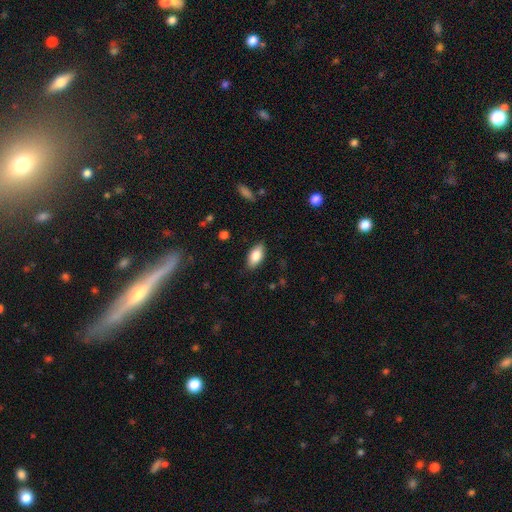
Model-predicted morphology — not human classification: Smooth or featured: smooth — 83% (featured or disk — 11%)
How rounded: in between — 91% (cigar-shaped — 7%)
Merging: none — 86% (minor disturbance — 11%)